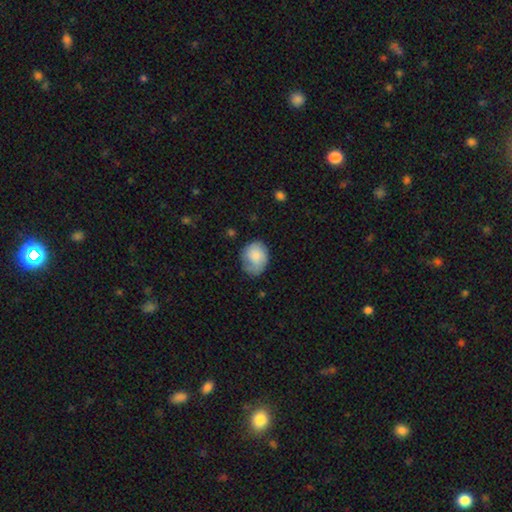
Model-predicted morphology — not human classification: smooth-or-featured: smooth: 77% | featured or disk: 16% | star or artifact: 7%
  how-rounded: in between: 50% | round: 49% | cigar-shaped: 1%
  merging: none: 49% | minor disturbance: 34% | major disturbance: 14% | merger: 2%